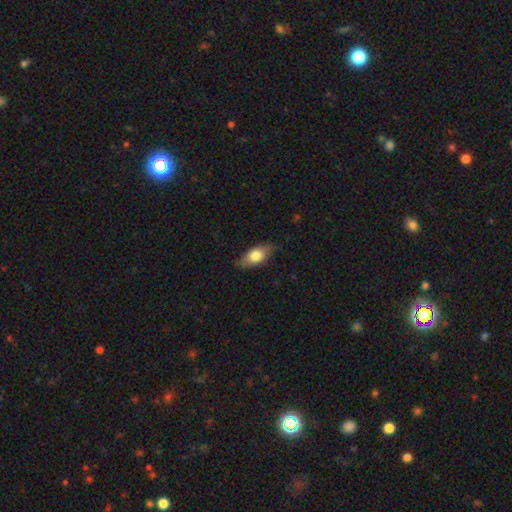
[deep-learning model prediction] smooth_or_featured: smooth (p=0.71) [alt: featured or disk p=0.23]
how_rounded: in between (p=0.84) [alt: cigar-shaped p=0.12]
merging: none (p=0.78) [alt: minor disturbance p=0.18]